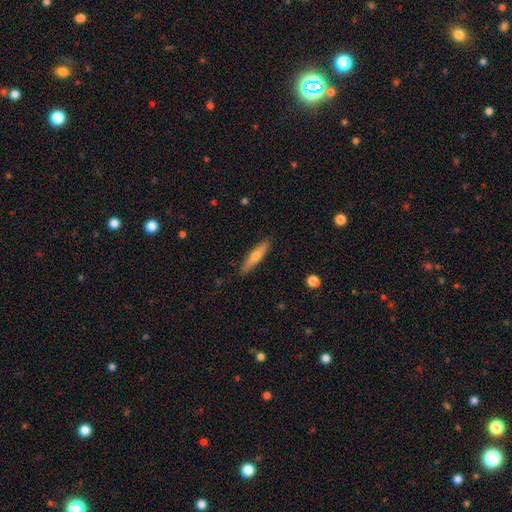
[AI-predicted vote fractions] Q: Smooth or featured?
A: smooth (58%); runner-up: featured or disk (36%)
Q: How rounded?
A: cigar-shaped (86%); runner-up: in between (12%)
Q: Merging?
A: none (89%); runner-up: minor disturbance (8%)